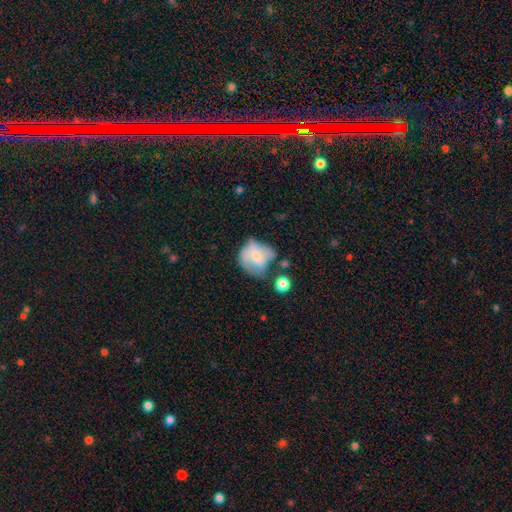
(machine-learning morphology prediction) The model was most divided on "merging": none: 34%, minor disturbance: 31%, major disturbance: 26%, merger: 10%. More confident: how rounded — round (68%); smooth or featured — smooth (56%).